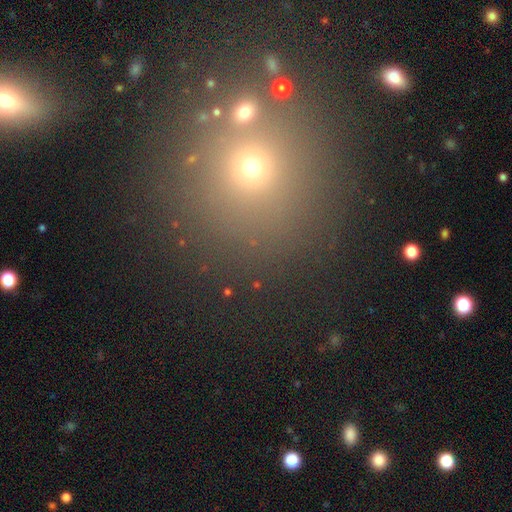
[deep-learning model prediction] This appears to be a smooth galaxy with no disk features (55%) that is round (92%). Merging: none (83%).